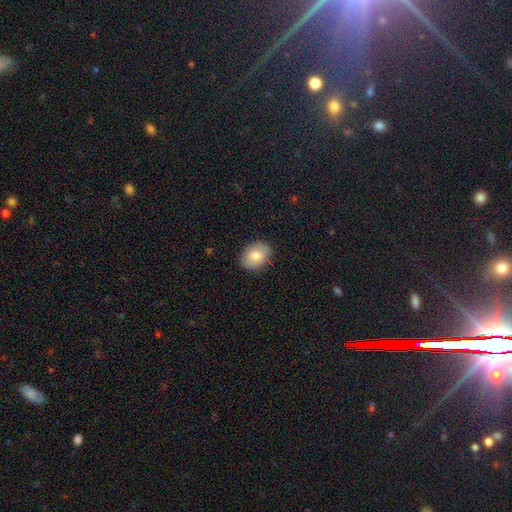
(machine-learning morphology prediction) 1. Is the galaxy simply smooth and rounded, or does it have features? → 78% smooth, 15% featured or disk, 7% star or artifact.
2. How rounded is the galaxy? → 74% in between, 25% round, 1% cigar-shaped.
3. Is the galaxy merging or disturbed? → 86% none, 11% minor disturbance, 2% major disturbance, 1% merger.